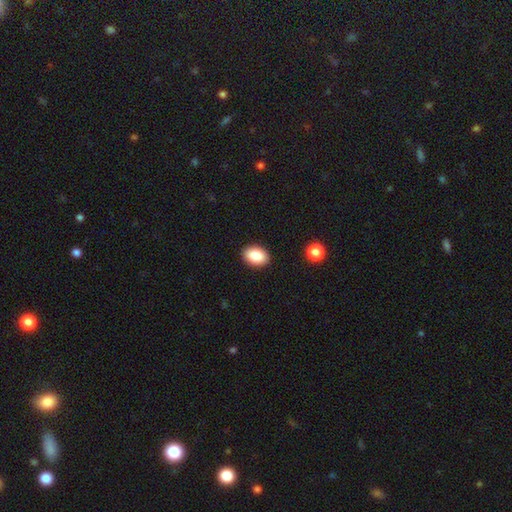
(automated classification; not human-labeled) smooth-or-featured: smooth: 86% | star or artifact: 8% | featured or disk: 6%
  how-rounded: in between: 84% | round: 15% | cigar-shaped: 1%
  merging: none: 90% | minor disturbance: 7% | major disturbance: 2% | merger: 1%